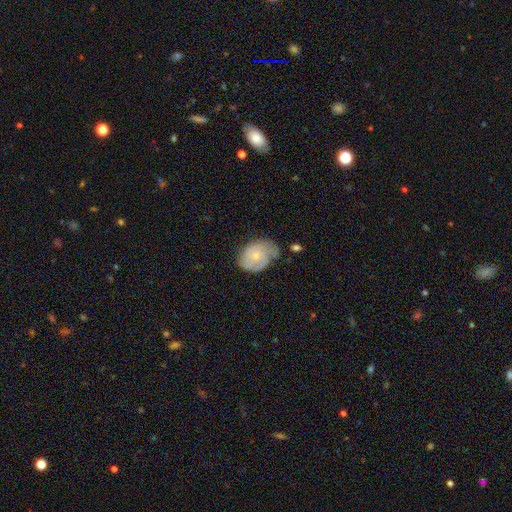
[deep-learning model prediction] Smooth or featured? featured or disk (55%)
Edge-on disk? no (97%)
Bar? no (77%)
Spiral arms? yes (82%)
Bulge size? small (64%)
Merging? none (47%)